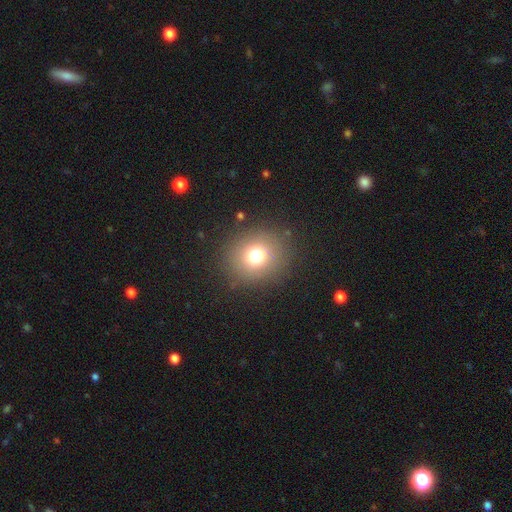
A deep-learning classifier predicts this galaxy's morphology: A smooth galaxy with no disk features (73%) that is round (80%).

Vote fractions:
- Smooth or featured? smooth: 73% / star or artifact: 15% / featured or disk: 12%
- How rounded? round: 80% / in between: 19% / cigar-shaped: 1%
- Merging? none: 86% / minor disturbance: 8% / major disturbance: 4% / merger: 1%